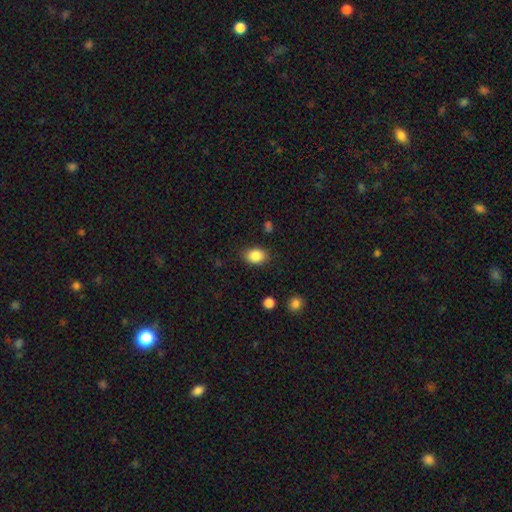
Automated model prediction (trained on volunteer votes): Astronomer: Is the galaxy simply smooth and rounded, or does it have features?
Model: smooth — 86%.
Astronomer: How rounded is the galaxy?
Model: in between — 71%.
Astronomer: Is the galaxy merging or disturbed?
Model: none — 85%.